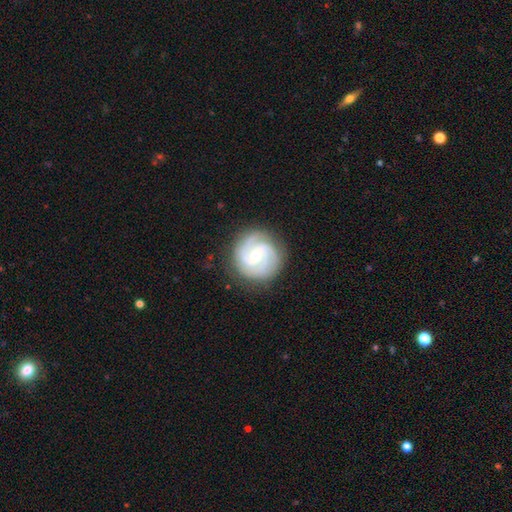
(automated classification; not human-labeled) smooth_or_featured: featured or disk (p=0.89) [alt: smooth p=0.07]
disk_edge_on: no (p=0.98) [alt: yes p=0.02]
bar: no (p=0.59) [alt: weak p=0.33]
has_spiral_arms: yes (p=0.98) [alt: no p=0.02]
spiral_winding: tight (p=0.66) [alt: medium p=0.30]
spiral_arm_count: 3 (p=0.58) [alt: 2 p=0.16]
bulge_size: moderate (p=0.54) [alt: small p=0.42]
merging: none (p=0.85) [alt: minor disturbance p=0.11]